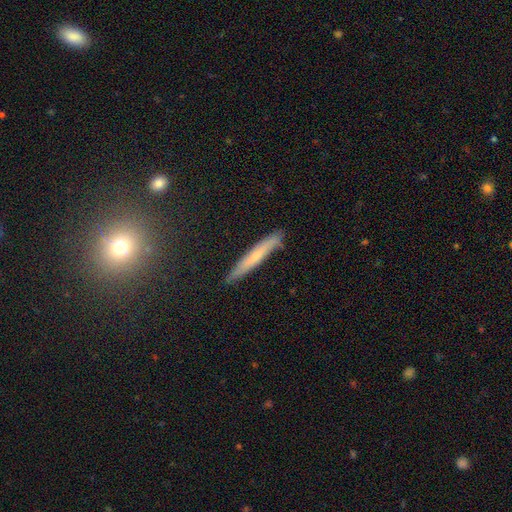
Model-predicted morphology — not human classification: type=smooth (53%); roundness=cigar-shaped (95%); merging=none (86%).